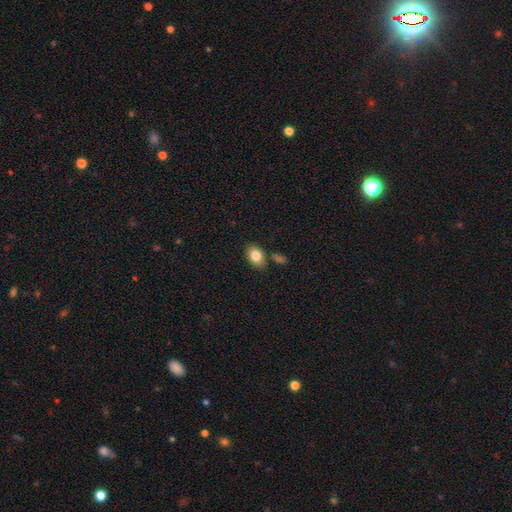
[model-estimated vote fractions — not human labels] smooth 83%, featured or disk 9%, star or artifact 8%. Down the decision tree: how rounded — in between (80%); merging — none (78%).